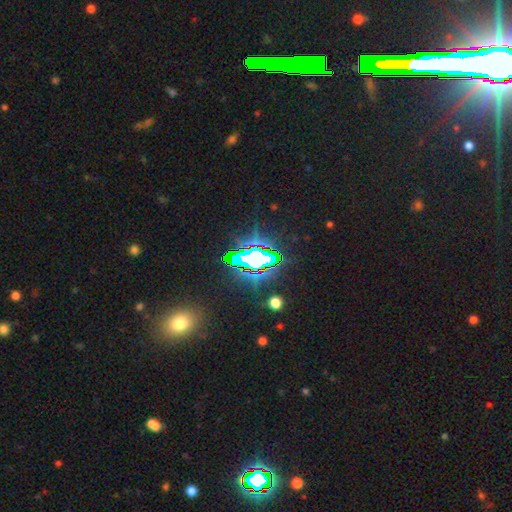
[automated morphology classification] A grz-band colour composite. It shows a star or artifact, not a galaxy (72%).